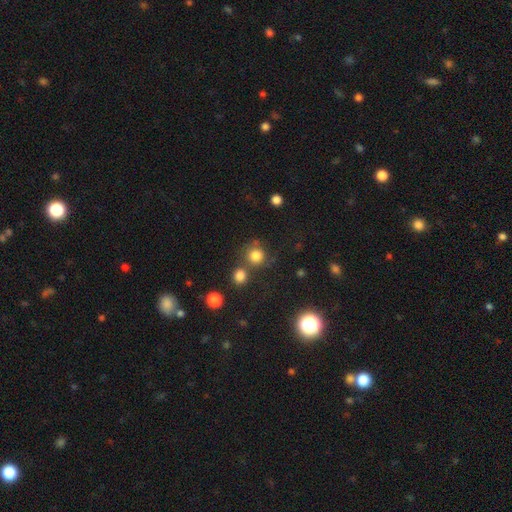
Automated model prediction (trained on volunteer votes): Smooth or featured? Predicted: smooth (p=0.80). How rounded? Predicted: round (p=0.91). Merging? Predicted: none (p=0.68).